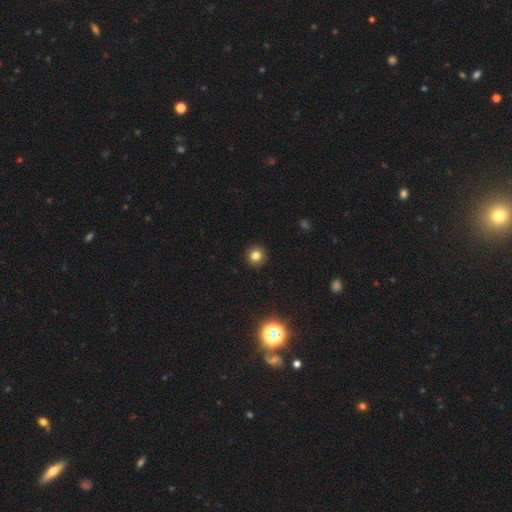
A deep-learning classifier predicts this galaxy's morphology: Smooth or featured?
  - smooth: 80% *
  - star or artifact: 14%
  - featured or disk: 7%
How rounded?
  - round: 93% *
  - in between: 6%
  - cigar-shaped: 1%
Merging?
  - none: 93% *
  - minor disturbance: 5%
  - major disturbance: 2%
  - merger: 1%